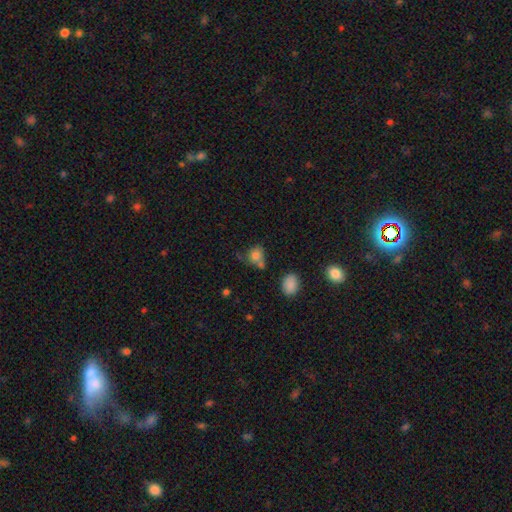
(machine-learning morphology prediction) smooth-or-featured: smooth: 79% | star or artifact: 12% | featured or disk: 9%
  how-rounded: round: 68% | in between: 31% | cigar-shaped: 1%
  merging: none: 47% | merger: 26% | minor disturbance: 19% | major disturbance: 8%